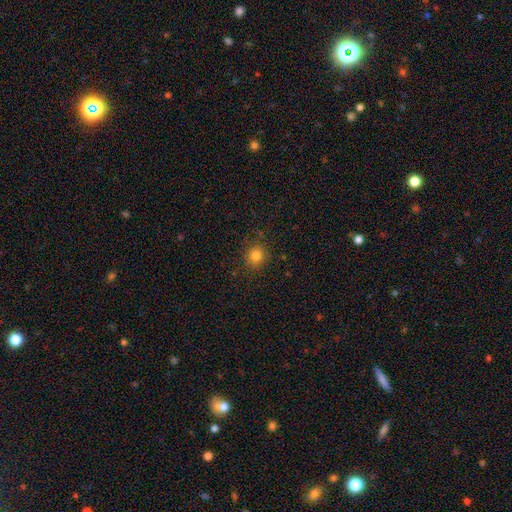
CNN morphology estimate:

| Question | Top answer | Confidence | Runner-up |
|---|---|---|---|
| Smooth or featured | smooth | 82% | star or artifact (13%) |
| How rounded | round | 86% | in between (13%) |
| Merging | none | 87% | minor disturbance (9%) |